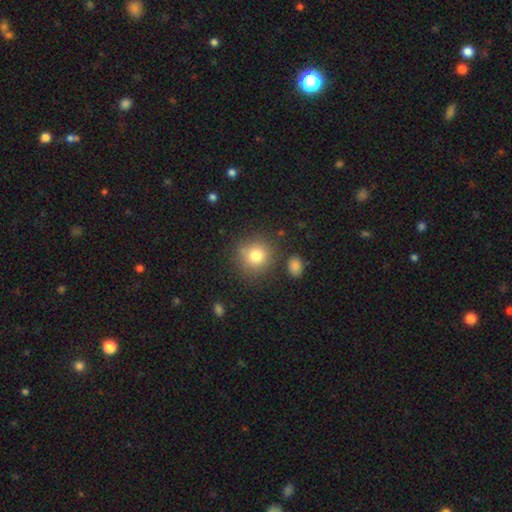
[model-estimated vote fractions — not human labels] Morphology: type=smooth (80%); roundness=round (90%); merging=none (82%).